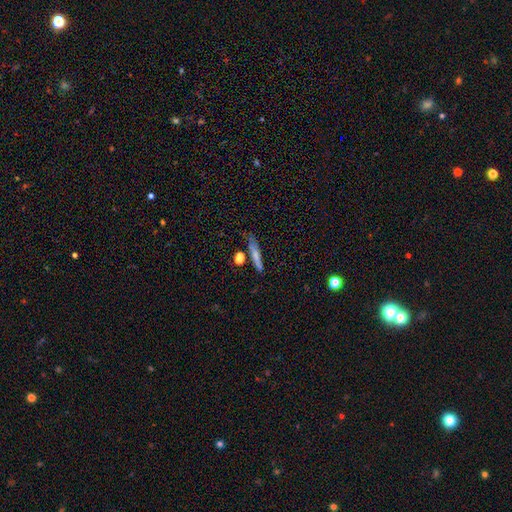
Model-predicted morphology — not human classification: Smooth or featured: smooth — 67% (featured or disk — 24%)
How rounded: cigar-shaped — 85% (in between — 10%)
Merging: none — 66% (minor disturbance — 19%)